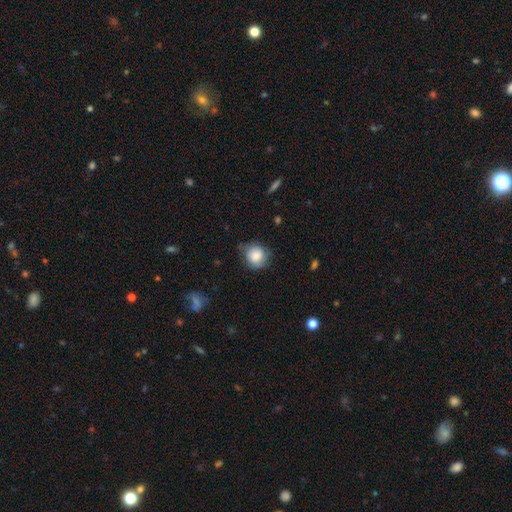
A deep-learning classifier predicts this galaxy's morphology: smooth_or_featured: smooth (p=0.78) [alt: featured or disk p=0.14]
how_rounded: round (p=0.82) [alt: in between p=0.17]
merging: none (p=0.65) [alt: minor disturbance p=0.26]